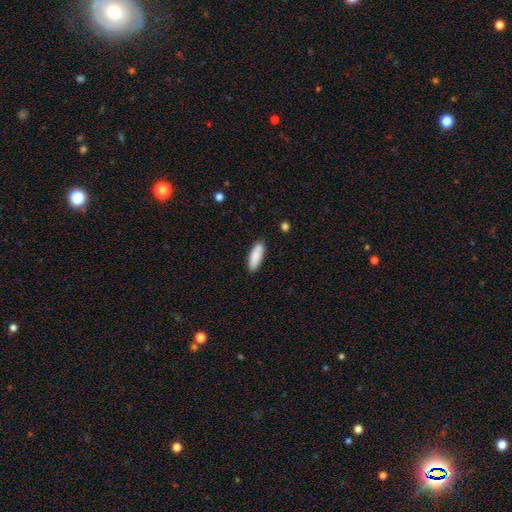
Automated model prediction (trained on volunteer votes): A smooth galaxy with no disk features (87%) that is in between round and cigar-shaped (62%).

Vote fractions:
- Smooth or featured? smooth: 87% / featured or disk: 7% / star or artifact: 6%
- How rounded? in between: 62% / cigar-shaped: 36% / round: 2%
- Merging? none: 86% / minor disturbance: 11% / major disturbance: 2% / merger: 2%